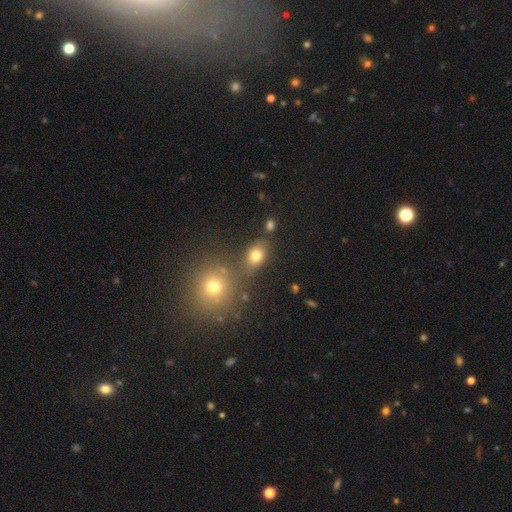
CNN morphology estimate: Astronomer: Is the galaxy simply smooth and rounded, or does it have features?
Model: smooth — 75%.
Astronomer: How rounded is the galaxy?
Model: in between — 62%.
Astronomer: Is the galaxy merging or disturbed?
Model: none — 68%.